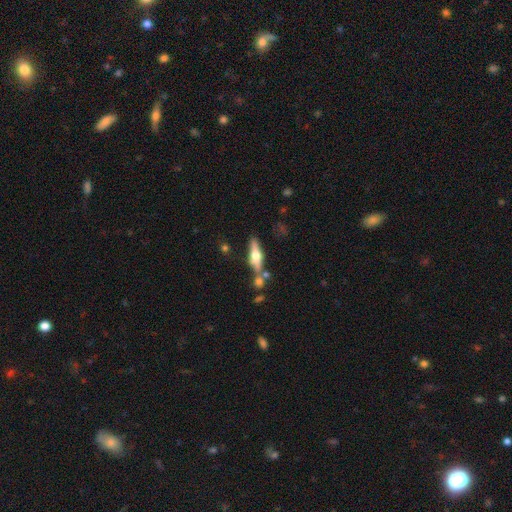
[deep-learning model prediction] featured or disk 60%, smooth 33%, star or artifact 7%. Down the decision tree: edge-on disk — yes (91%); edge-on bulge — rounded (94%); merging — none (65%).